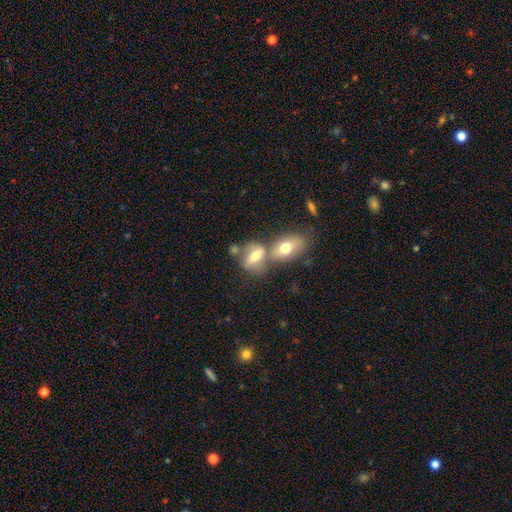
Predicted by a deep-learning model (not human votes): smooth 57%, featured or disk 33%, star or artifact 10%. Down the decision tree: how rounded — in between (77%); merging — merger (52%).